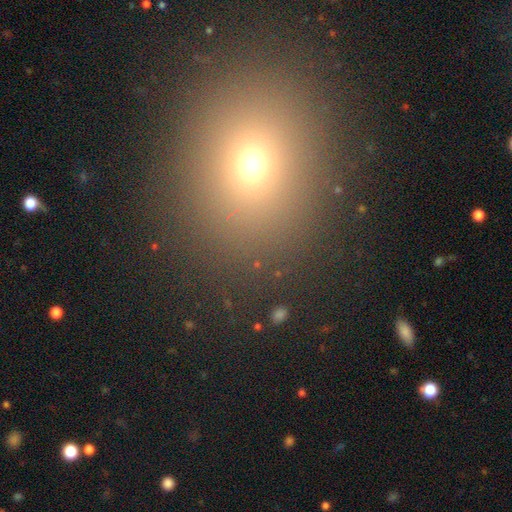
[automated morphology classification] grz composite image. It shows a smooth galaxy with no disk features (64%) that is round (71%). Merging: none (89%).